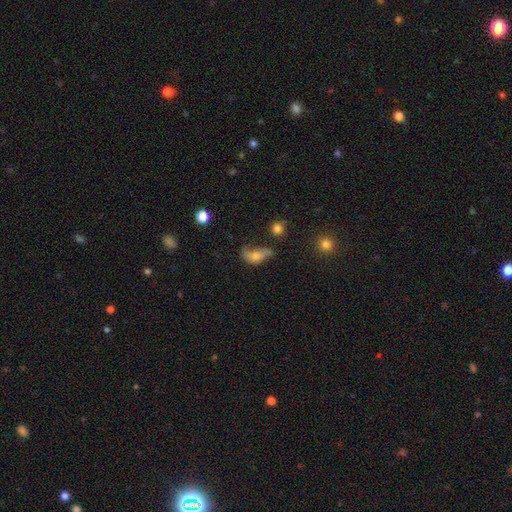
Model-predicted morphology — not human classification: Smooth or featured? Predicted: smooth (p=0.52). How rounded? Predicted: in between (p=0.81). Merging? Predicted: major disturbance (p=0.35).